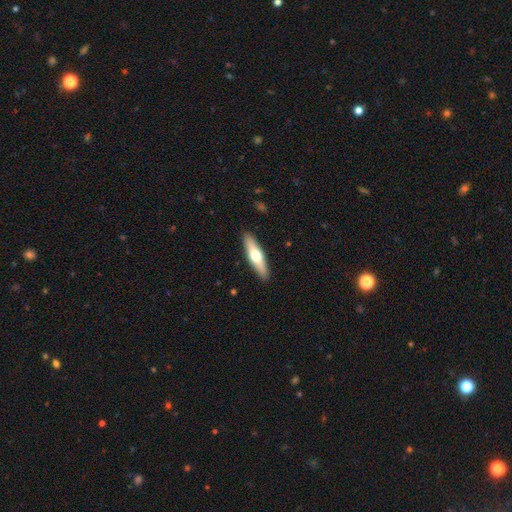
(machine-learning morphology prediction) Smooth or featured: smooth — 54% (featured or disk — 41%)
How rounded: cigar-shaped — 70% (in between — 29%)
Merging: none — 90% (minor disturbance — 7%)